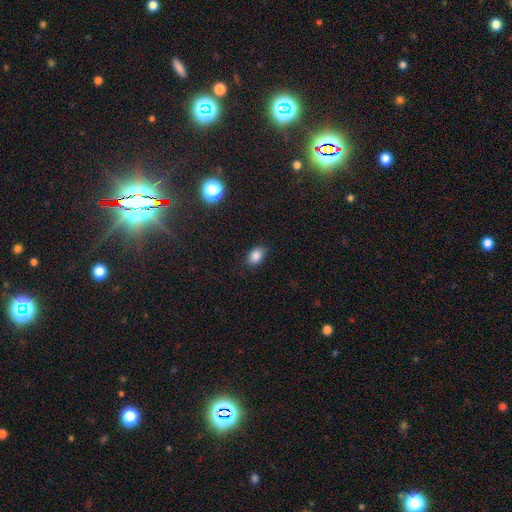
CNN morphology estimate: A smooth galaxy with no disk features (85%) that is in between round and cigar-shaped (81%). Merging: none (82%).